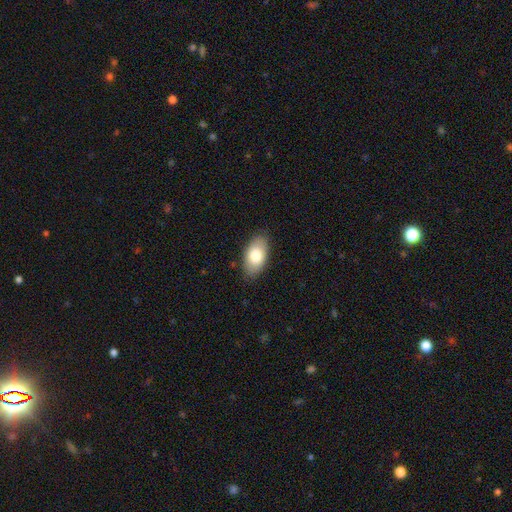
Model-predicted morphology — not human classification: Overall: smooth (79%). How rounded: in between (94%). Merging: none (85%).